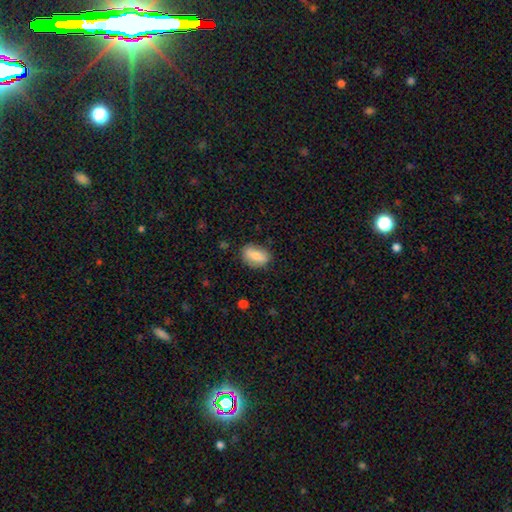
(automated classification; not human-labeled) Smooth or featured? Predicted: smooth (p=0.72). How rounded? Predicted: in between (p=0.82). Merging? Predicted: none (p=0.80).